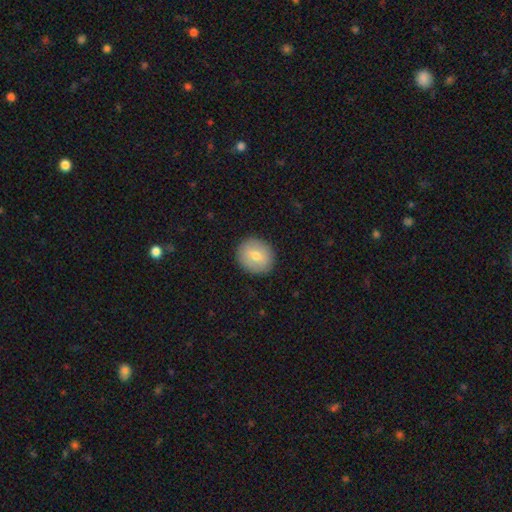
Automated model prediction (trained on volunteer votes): Overall: smooth (68%). How rounded: round (84%). Merging: none (90%).